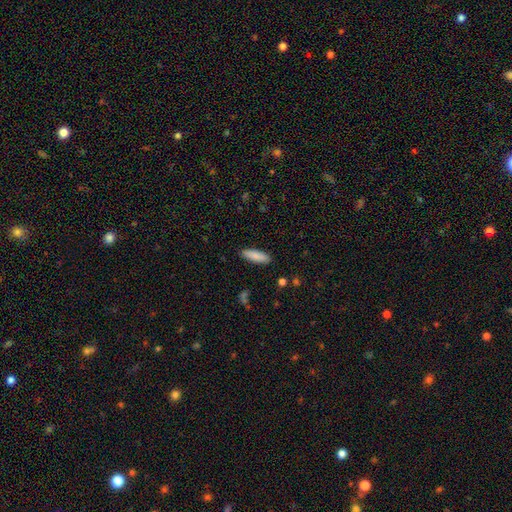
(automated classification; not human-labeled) Q: Smooth or featured?
A: smooth (86%); runner-up: featured or disk (8%)
Q: How rounded?
A: in between (51%); runner-up: cigar-shaped (47%)
Q: Merging?
A: none (89%); runner-up: minor disturbance (8%)